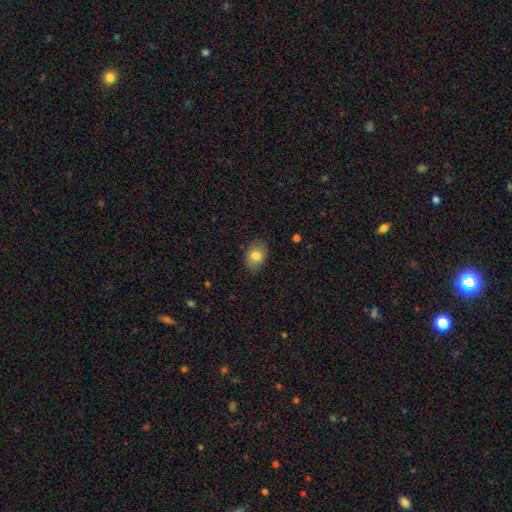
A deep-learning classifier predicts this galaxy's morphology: The model was most divided on "how rounded": in between: 72%, round: 27%, cigar-shaped: 1%. More confident: merging — none (82%); smooth or featured — smooth (79%).